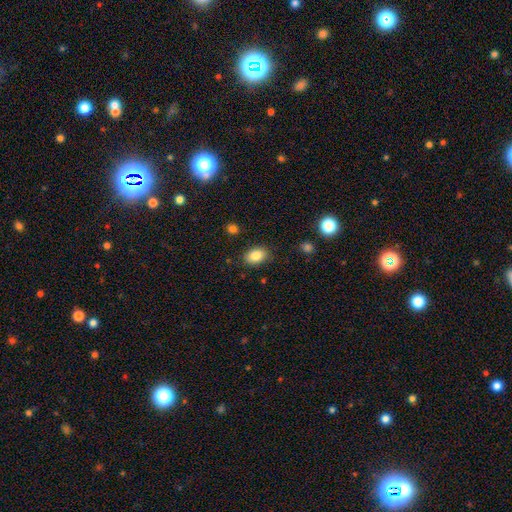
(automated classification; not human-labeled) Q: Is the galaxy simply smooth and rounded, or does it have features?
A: smooth — 85%.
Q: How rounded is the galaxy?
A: in between — 82%.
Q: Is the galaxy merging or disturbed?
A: none — 85%.